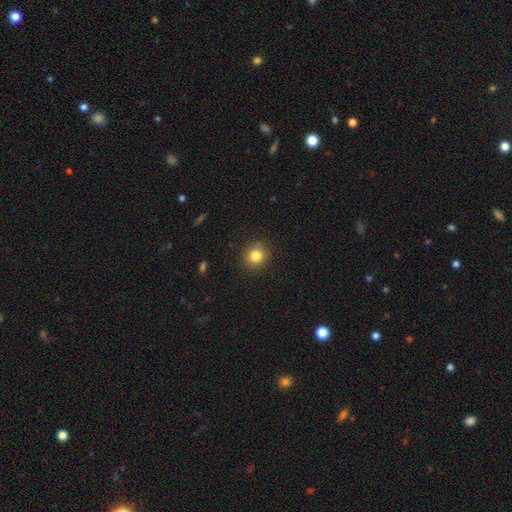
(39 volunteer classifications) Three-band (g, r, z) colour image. It shows a smooth galaxy with no disk features (92%) that is round (97%). Merging: none (87%).